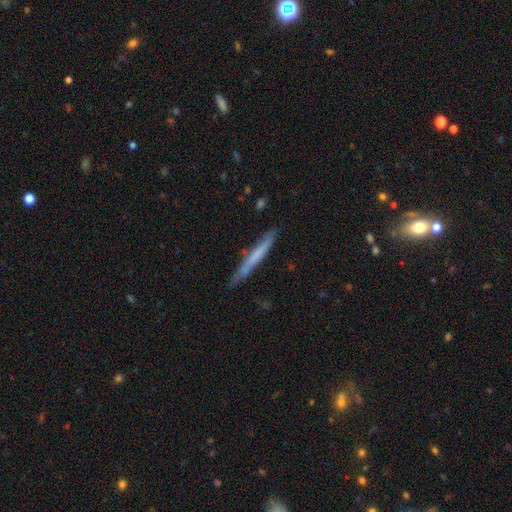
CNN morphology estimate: Smooth or featured: smooth — 55% (featured or disk — 39%)
How rounded: cigar-shaped — 96% (in between — 2%)
Merging: none — 83% (minor disturbance — 13%)